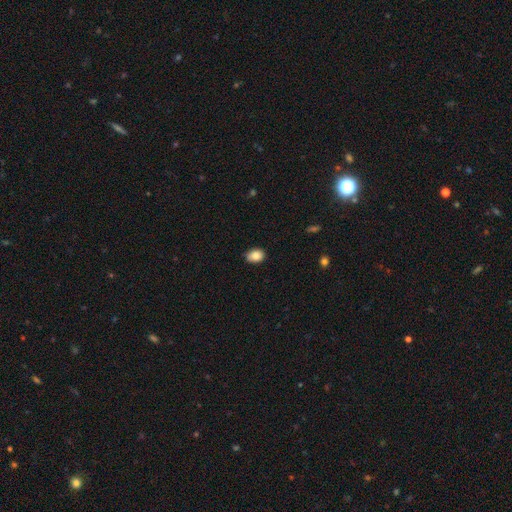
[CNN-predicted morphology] Overall: smooth (86%). How rounded: in between (74%). Merging: none (81%).